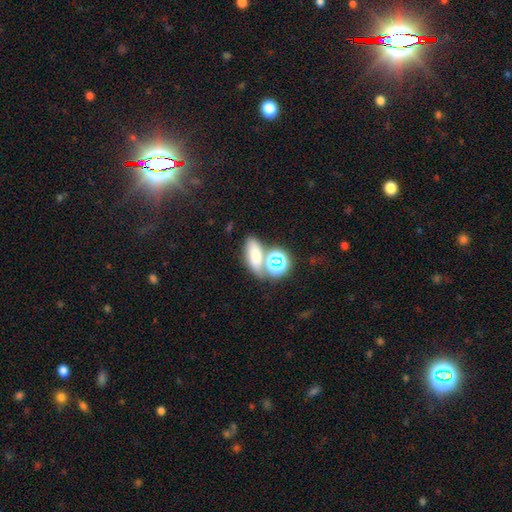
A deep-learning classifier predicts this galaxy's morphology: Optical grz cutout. It shows a smooth galaxy with no disk features (69%) that is in between round and cigar-shaped (67%). Merging: none (53%).